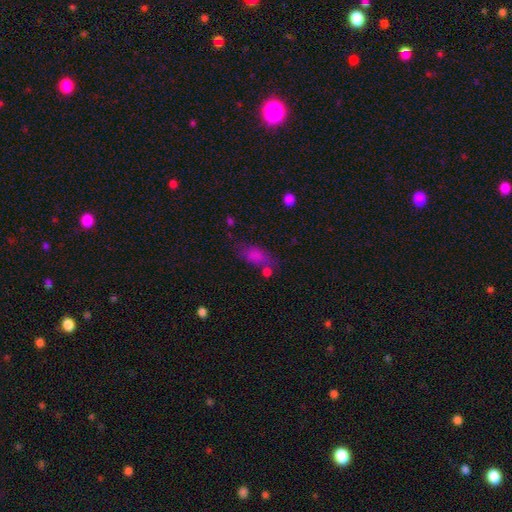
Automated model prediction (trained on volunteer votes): smooth-or-featured: smooth: 78% | star or artifact: 12% | featured or disk: 10%
  how-rounded: in between: 83% | cigar-shaped: 11% | round: 6%
  merging: none: 55% | minor disturbance: 21% | merger: 14% | major disturbance: 10%